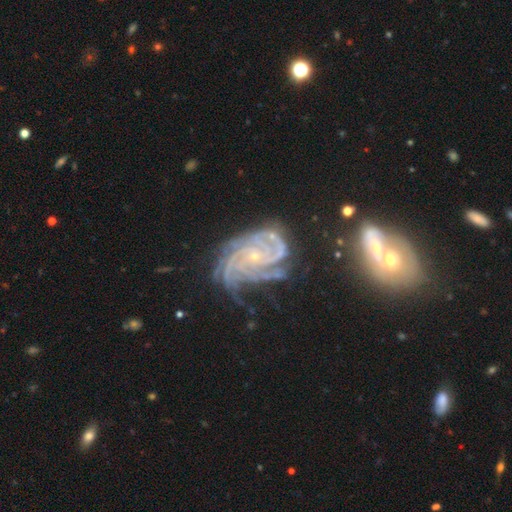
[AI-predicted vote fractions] This is clearly a featured or disk galaxy (90%). It is clearly not viewed edge-on (98%). Bar: likely no (69%). Spiral arm pattern: clearly yes (98%). Spiral arm count: marginally 4 (34%). Spiral winding: likely tight (68%). Central bulge: clearly small (81%). Merging: possibly none (55%).